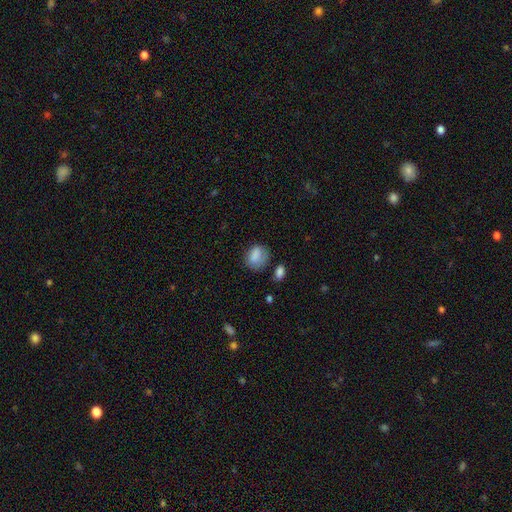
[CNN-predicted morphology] Smooth or featured: smooth — 82% (star or artifact — 10%)
How rounded: in between — 58% (round — 40%)
Merging: none — 58% (minor disturbance — 26%)